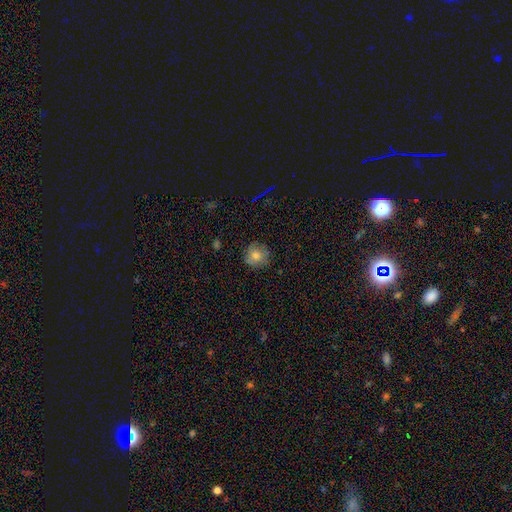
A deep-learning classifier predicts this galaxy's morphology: This is likely a smooth galaxy (71%). How rounded: clearly round (92%). Merging: clearly none (82%).